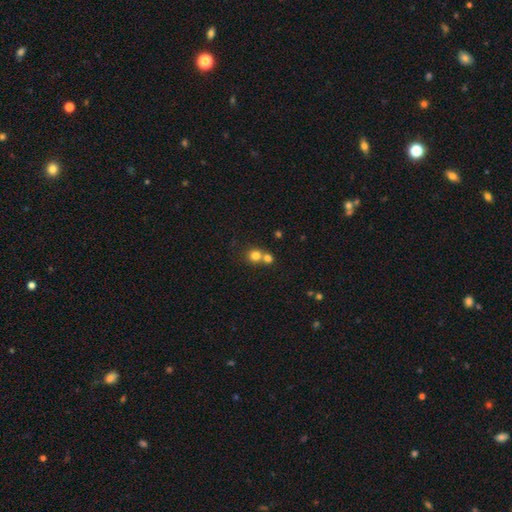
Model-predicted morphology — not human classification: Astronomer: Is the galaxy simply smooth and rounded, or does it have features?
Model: smooth — 78%.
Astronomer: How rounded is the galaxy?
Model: round — 86%.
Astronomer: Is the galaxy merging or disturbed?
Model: merger — 48% (runner-up: none, 44%).